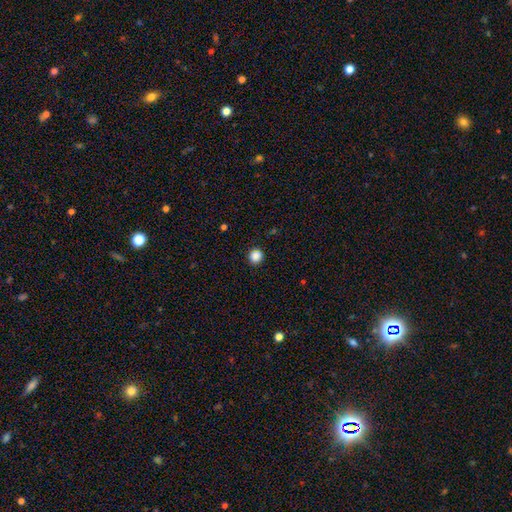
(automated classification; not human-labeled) Overall: smooth (87%). How rounded: round (89%). Merging: none (92%).